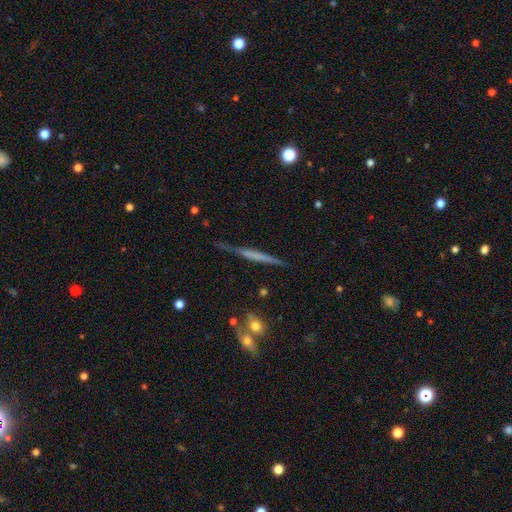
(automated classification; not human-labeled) A featured or disk galaxy (54%) viewed edge-on (95%) with no central bulge (77%).

Vote fractions:
- Smooth or featured? featured or disk: 54% / smooth: 39% / star or artifact: 7%
- Edge-on disk? yes: 95% / no: 5%
- Edge-on bulge? none: 77% / boxy: 12% / rounded: 11%
- Merging? none: 73% / minor disturbance: 18% / major disturbance: 5% / merger: 3%